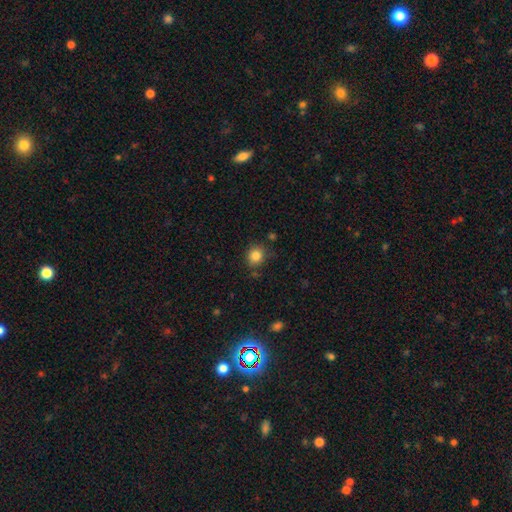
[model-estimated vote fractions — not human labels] Smooth or featured: smooth — 84% (star or artifact — 11%)
How rounded: round — 83% (in between — 16%)
Merging: none — 79% (minor disturbance — 14%)